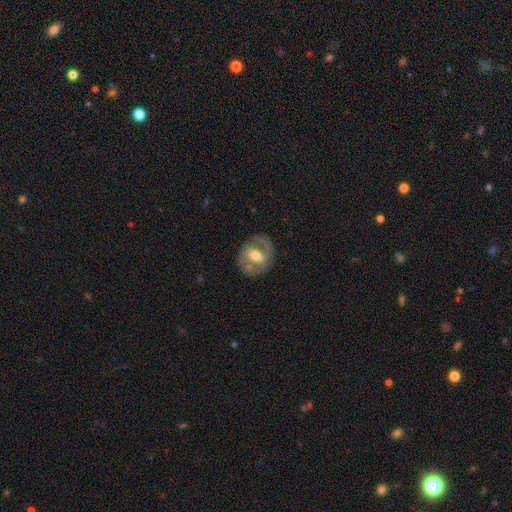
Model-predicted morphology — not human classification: featured or disk 66%, smooth 28%, star or artifact 6%. Down the decision tree: edge-on disk — no (94%); bar — weak (40%); spiral arms — yes (58%); bulge size — moderate (62%); merging — none (73%).